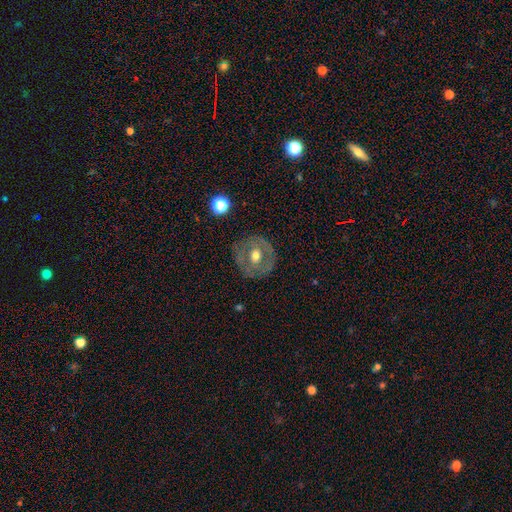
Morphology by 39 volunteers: A featured or disk galaxy (62%) with no bar (87%), no spiral arms (87%) and a moderate central bulge (70%). Merging: none (81%).